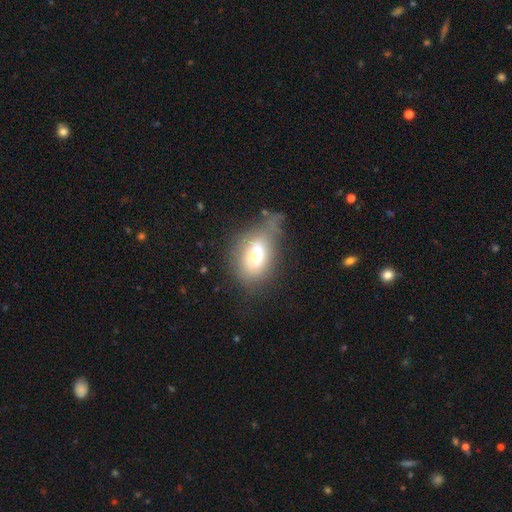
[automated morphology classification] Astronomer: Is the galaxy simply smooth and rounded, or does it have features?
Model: smooth — 66%.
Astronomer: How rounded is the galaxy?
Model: in between — 77%.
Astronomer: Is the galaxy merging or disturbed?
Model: none — 34% (runner-up: minor disturbance, 29%).